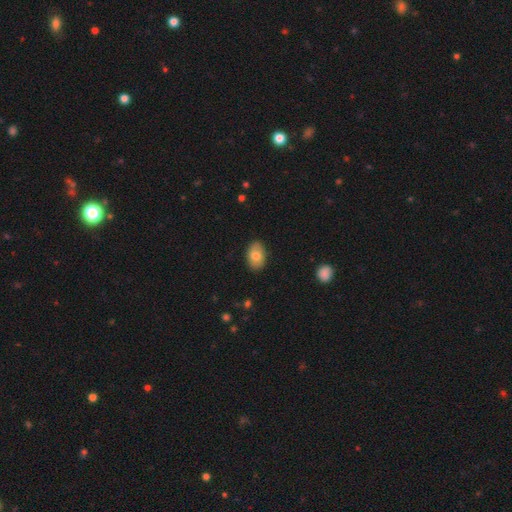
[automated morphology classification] Smooth or featured? Predicted: smooth (p=0.79). How rounded? Predicted: in between (p=0.88). Merging? Predicted: none (p=0.86).